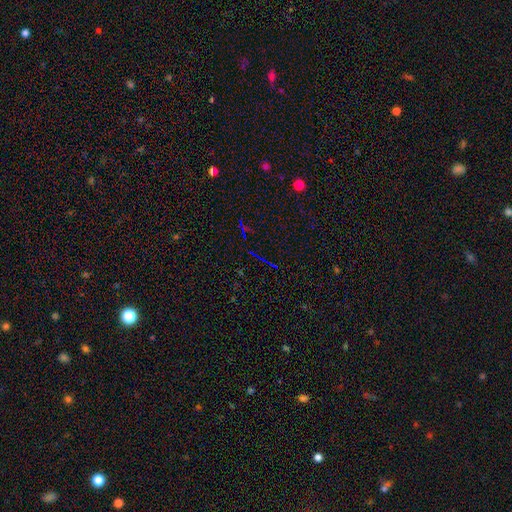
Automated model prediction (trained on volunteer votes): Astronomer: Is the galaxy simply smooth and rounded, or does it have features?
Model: star or artifact — 77%.